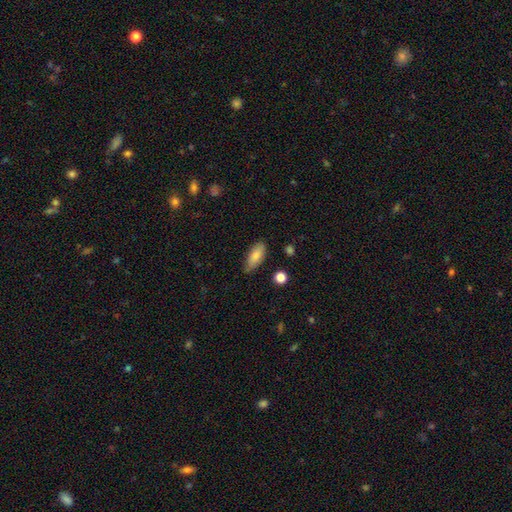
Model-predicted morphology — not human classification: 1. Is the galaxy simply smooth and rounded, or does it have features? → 80% smooth, 13% featured or disk, 7% star or artifact.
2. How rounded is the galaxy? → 83% in between, 14% cigar-shaped, 3% round.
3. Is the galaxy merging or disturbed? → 73% none, 22% minor disturbance, 3% major disturbance, 2% merger.